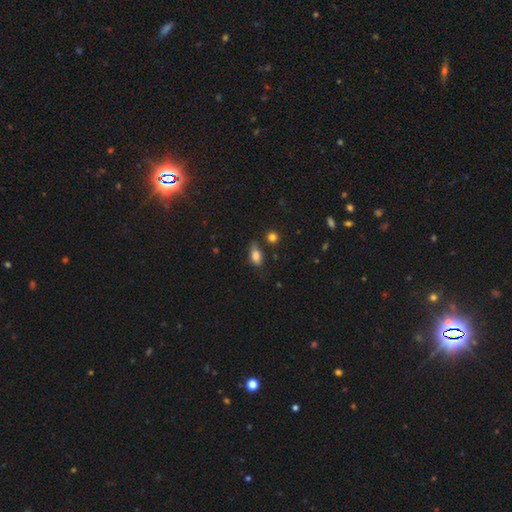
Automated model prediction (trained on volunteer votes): Smooth or featured?
  - smooth: 82% *
  - star or artifact: 9%
  - featured or disk: 9%
How rounded?
  - in between: 85% *
  - round: 9%
  - cigar-shaped: 6%
Merging?
  - none: 55% *
  - minor disturbance: 31%
  - major disturbance: 9%
  - merger: 5%